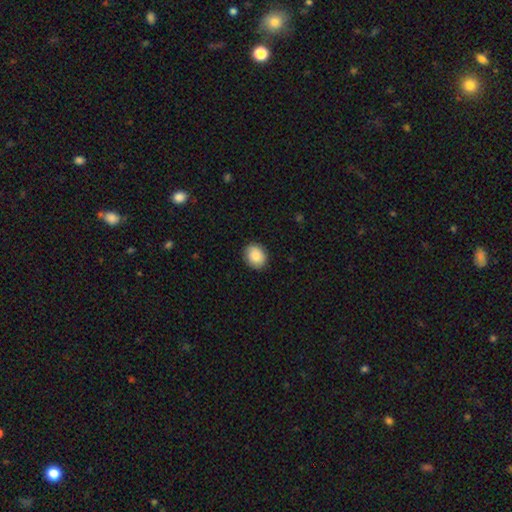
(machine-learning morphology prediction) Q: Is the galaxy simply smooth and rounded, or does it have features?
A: smooth — 90%.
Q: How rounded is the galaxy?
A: round — 53%.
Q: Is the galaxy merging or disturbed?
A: none — 88%.